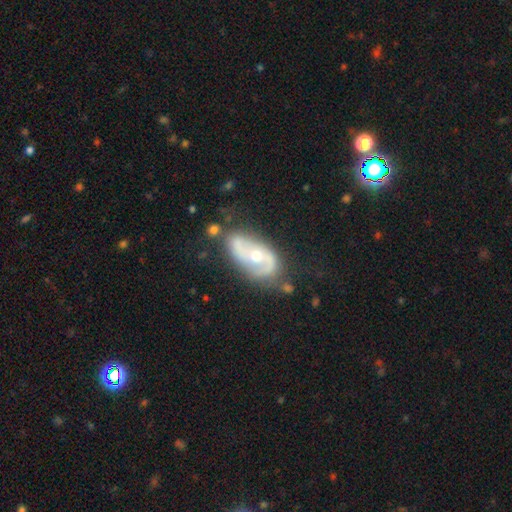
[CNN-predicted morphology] smooth_or_featured: featured or disk (p=0.78) [alt: smooth p=0.17]
disk_edge_on: no (p=0.95) [alt: yes p=0.05]
bar: no (p=0.60) [alt: weak p=0.29]
has_spiral_arms: yes (p=0.85) [alt: no p=0.15]
spiral_winding: medium (p=0.42) [alt: loose p=0.35]
spiral_arm_count: 2 (p=0.80) [alt: can't tell p=0.10]
bulge_size: moderate (p=0.63) [alt: small p=0.31]
merging: none (p=0.57) [alt: minor disturbance p=0.24]